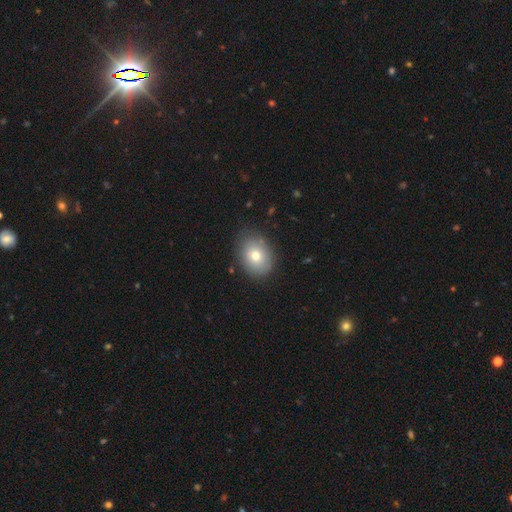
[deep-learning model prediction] A smooth galaxy with no disk features (73%) that is in between round and cigar-shaped (65%). Merging: none (81%).